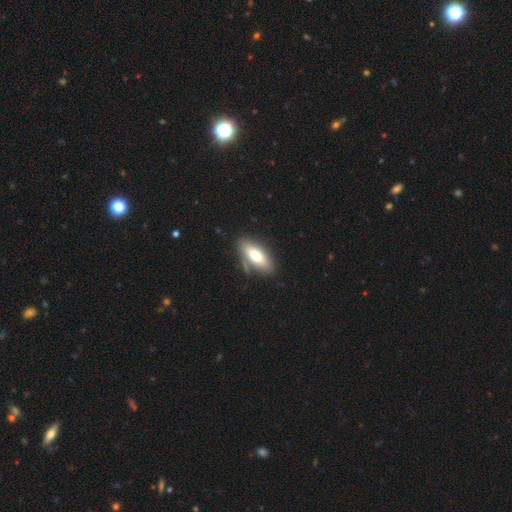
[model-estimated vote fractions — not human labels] A smooth galaxy with no disk features (67%) that is in between round and cigar-shaped (78%).

Vote fractions:
- Smooth or featured? smooth: 67% / featured or disk: 26% / star or artifact: 7%
- How rounded? in between: 78% / cigar-shaped: 19% / round: 3%
- Merging? none: 73% / minor disturbance: 16% / merger: 6% / major disturbance: 5%